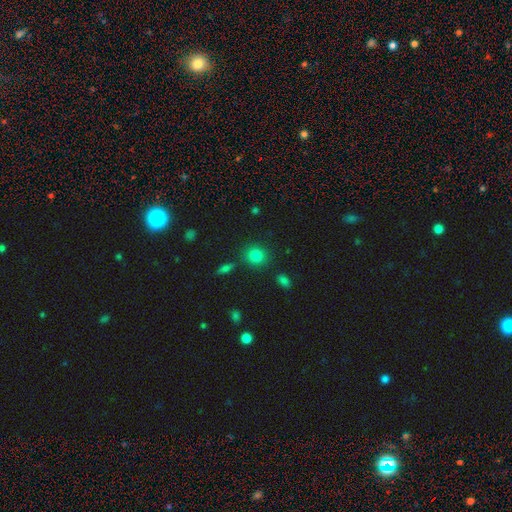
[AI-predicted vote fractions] smooth_or_featured: smooth (p=0.81) [alt: star or artifact p=0.12]
how_rounded: round (p=0.85) [alt: in between p=0.13]
merging: none (p=0.84) [alt: minor disturbance p=0.09]